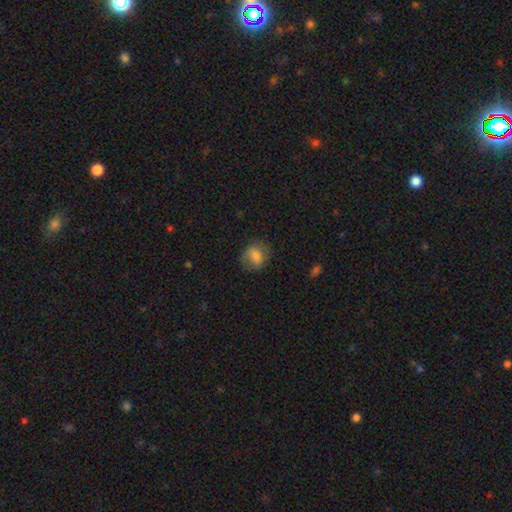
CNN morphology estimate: Smooth or featured?
  - smooth: 71% *
  - featured or disk: 20%
  - star or artifact: 9%
How rounded?
  - round: 56% *
  - in between: 42%
  - cigar-shaped: 1%
Merging?
  - none: 70% *
  - minor disturbance: 20%
  - major disturbance: 9%
  - merger: 1%